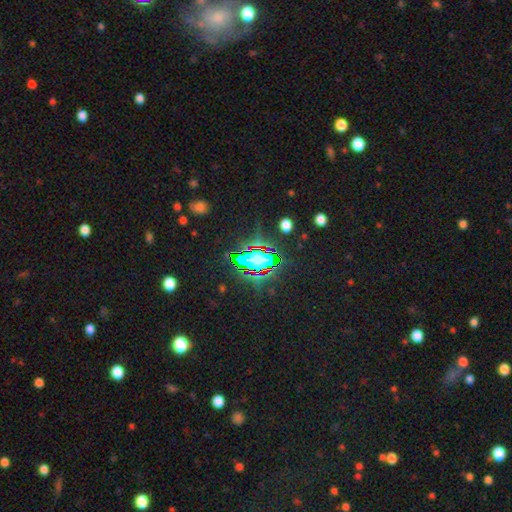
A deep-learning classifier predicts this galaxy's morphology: type=star or artifact (70%).